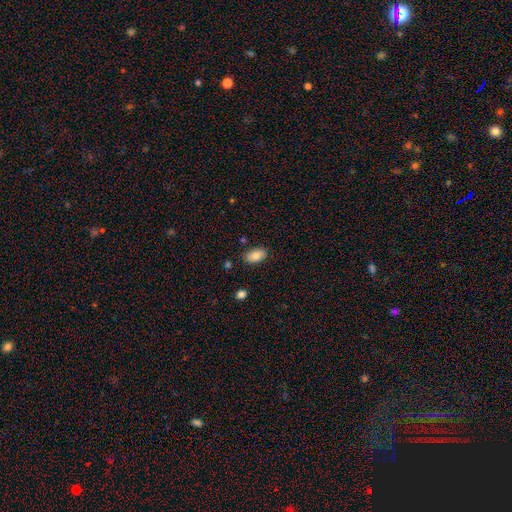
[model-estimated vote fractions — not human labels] Smooth or featured? Predicted: smooth (p=0.83). How rounded? Predicted: in between (p=0.94). Merging? Predicted: none (p=0.83).